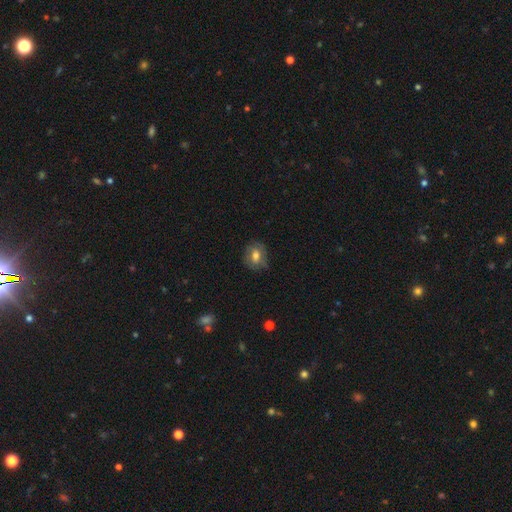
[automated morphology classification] This is likely a smooth galaxy (67%). How rounded: possibly round (51%). Merging: likely none (77%).